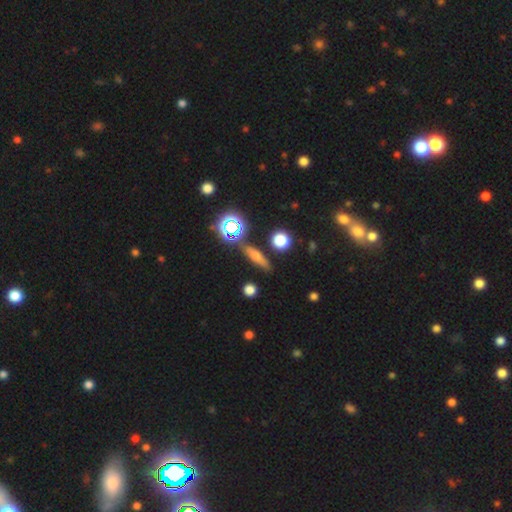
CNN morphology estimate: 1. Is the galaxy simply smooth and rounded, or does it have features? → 50% smooth, 28% featured or disk, 22% star or artifact.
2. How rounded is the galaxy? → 64% cigar-shaped, 22% in between, 14% round.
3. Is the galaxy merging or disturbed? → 83% none, 10% minor disturbance, 5% merger, 3% major disturbance.